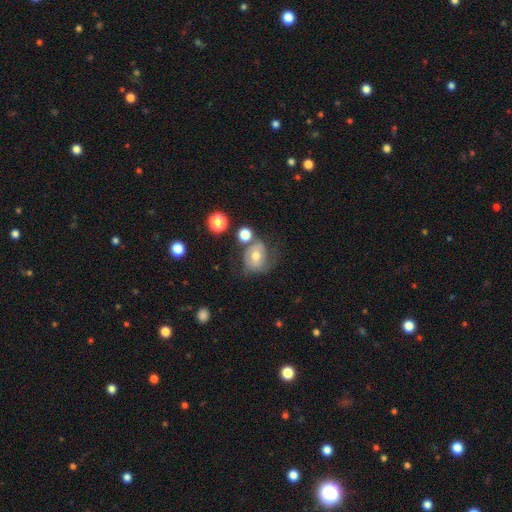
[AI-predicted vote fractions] Smooth or featured: smooth — 46% (featured or disk — 43%)
Merging: none — 40% (minor disturbance — 24%)